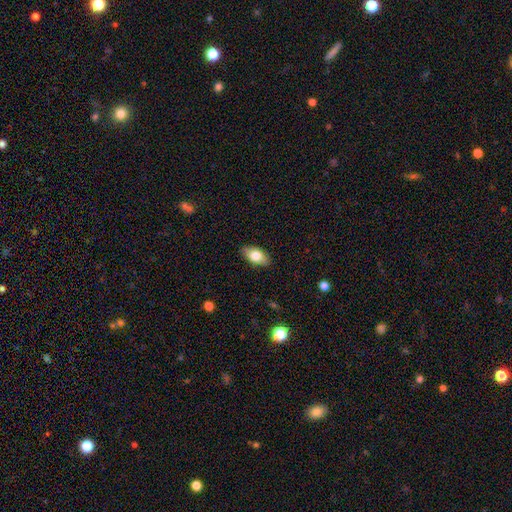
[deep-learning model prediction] The model was most divided on "smooth or featured": smooth: 77%, featured or disk: 16%, star or artifact: 7%. More confident: how rounded — in between (92%); merging — none (88%).